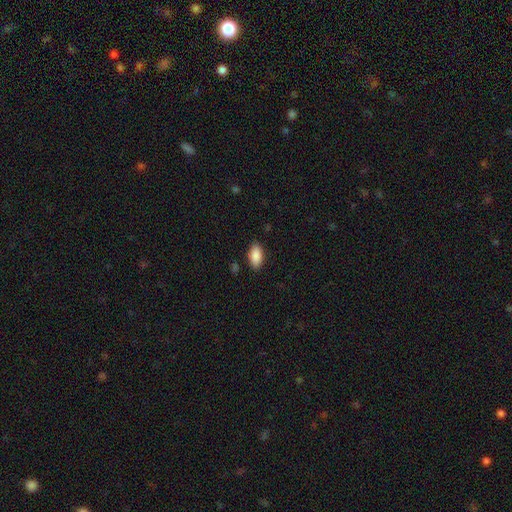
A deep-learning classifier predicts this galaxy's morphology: Smooth or featured: smooth — 88% (star or artifact — 7%)
How rounded: in between — 92% (cigar-shaped — 5%)
Merging: none — 86% (minor disturbance — 10%)